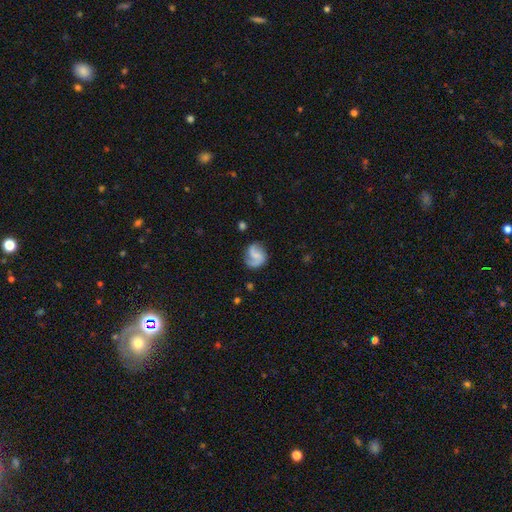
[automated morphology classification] type=featured or disk (68%); edge-on=no (98%); bar=no (45%); spiral arms=yes (93%); winding=loose (43%); arm count=2 (76%); bulge=none (45%); merging=none (68%).